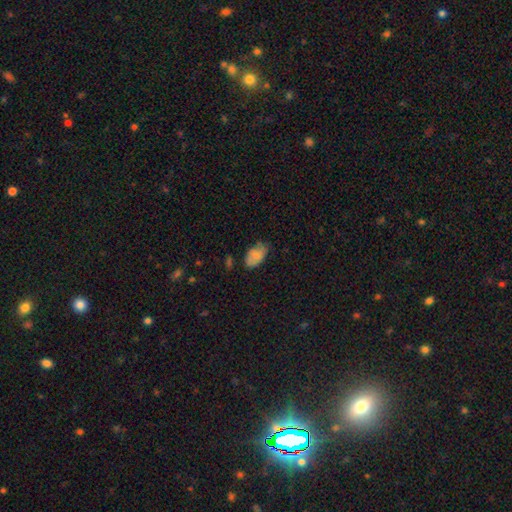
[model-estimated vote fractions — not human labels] A smooth galaxy with no disk features (75%) that is in between round and cigar-shaped (93%).

Vote fractions:
- Smooth or featured? smooth: 75% / featured or disk: 18% / star or artifact: 7%
- How rounded? in between: 93% / round: 6% / cigar-shaped: 2%
- Merging? none: 64% / minor disturbance: 29% / major disturbance: 6% / merger: 2%